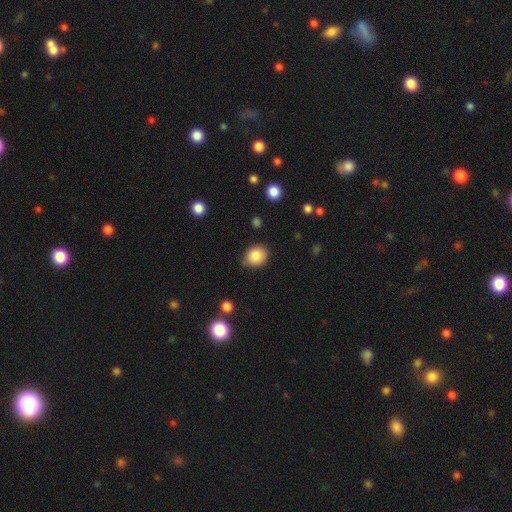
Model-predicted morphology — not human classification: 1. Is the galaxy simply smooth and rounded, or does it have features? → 85% smooth, 9% star or artifact, 6% featured or disk.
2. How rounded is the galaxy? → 64% round, 35% in between, 1% cigar-shaped.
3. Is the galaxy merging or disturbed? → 79% none, 16% minor disturbance, 3% major disturbance, 2% merger.